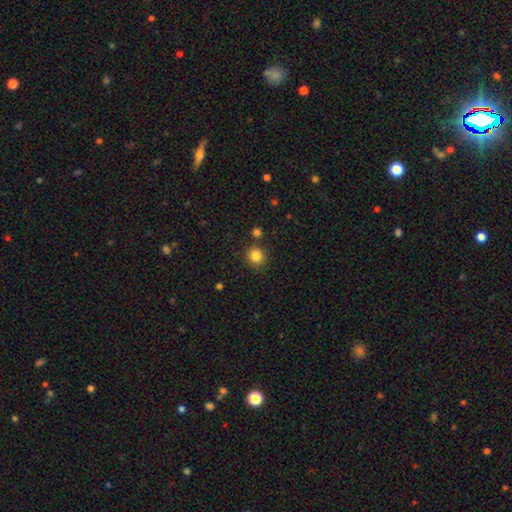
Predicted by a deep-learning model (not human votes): The model was most divided on "smooth or featured": smooth: 84%, star or artifact: 11%, featured or disk: 5%. More confident: how rounded — round (91%); merging — none (85%).